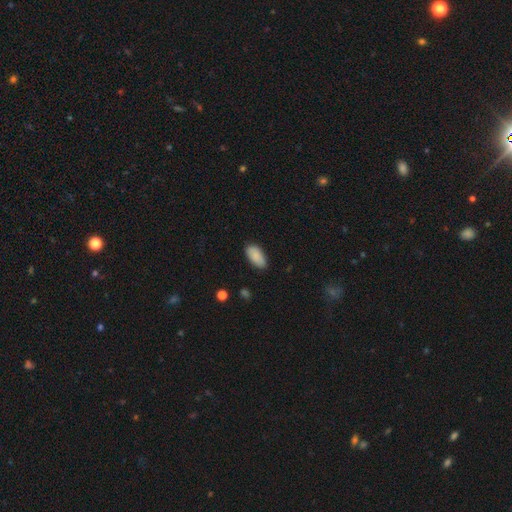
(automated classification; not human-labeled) A smooth galaxy with no disk features (88%) that is in between round and cigar-shaped (93%).

Vote fractions:
- Smooth or featured? smooth: 88% / star or artifact: 7% / featured or disk: 6%
- How rounded? in between: 93% / cigar-shaped: 5% / round: 2%
- Merging? none: 82% / minor disturbance: 14% / major disturbance: 2% / merger: 1%